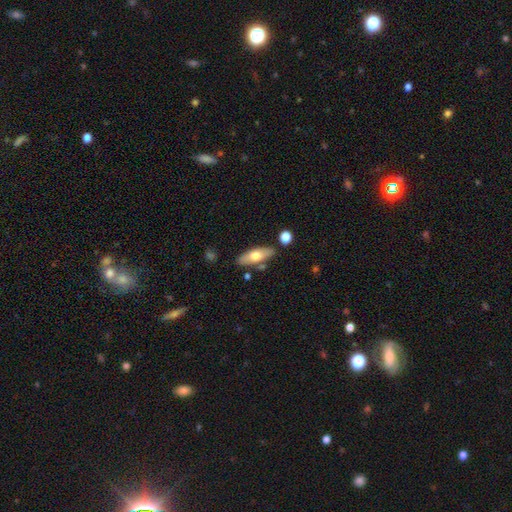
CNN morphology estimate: A smooth galaxy with no disk features (63%) that is in between round and cigar-shaped (61%).

Vote fractions:
- Smooth or featured? smooth: 63% / featured or disk: 31% / star or artifact: 6%
- How rounded? in between: 61% / cigar-shaped: 36% / round: 3%
- Merging? none: 80% / minor disturbance: 12% / merger: 6% / major disturbance: 3%